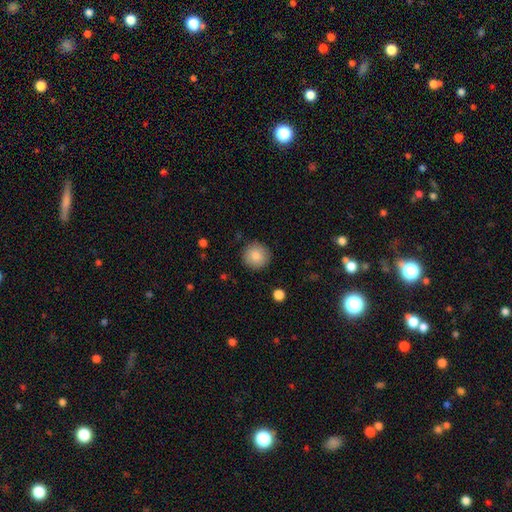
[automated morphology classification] smooth_or_featured: smooth (p=0.86) [alt: star or artifact p=0.08]
how_rounded: round (p=0.95) [alt: in between p=0.04]
merging: none (p=0.90) [alt: minor disturbance p=0.07]